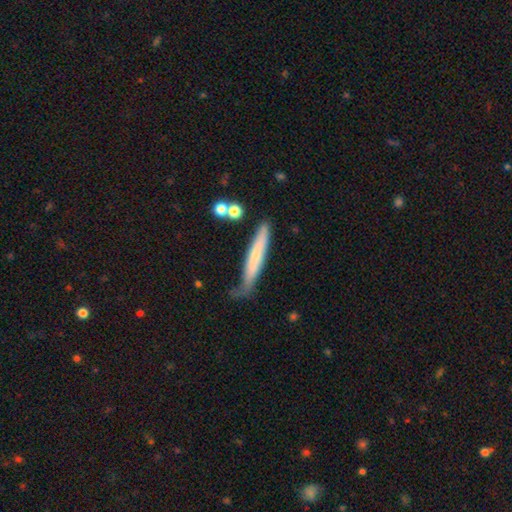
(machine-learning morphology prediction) smooth_or_featured: smooth (p=0.57) [alt: featured or disk p=0.37]
how_rounded: cigar-shaped (p=0.92) [alt: in between p=0.07]
merging: none (p=0.52) [alt: minor disturbance p=0.32]